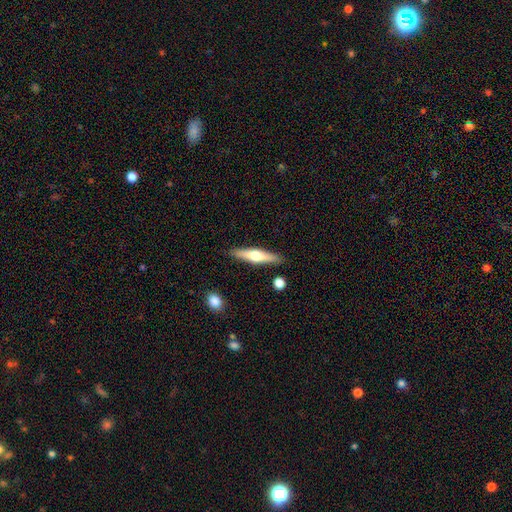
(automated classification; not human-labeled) Overall: featured or disk (54%; smooth 40%). Edge-on disk: yes (95%). Edge-on bulge: rounded (92%). Merging: none (88%).